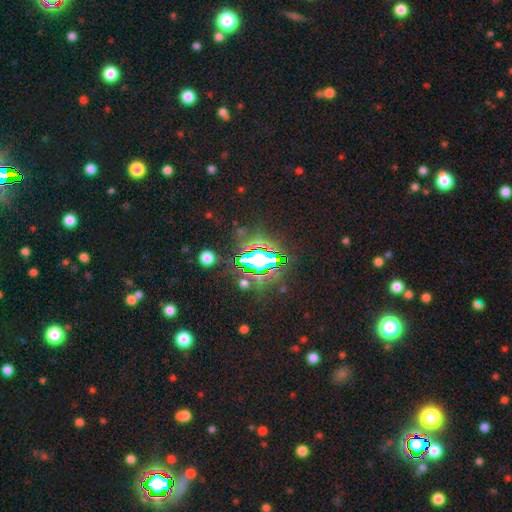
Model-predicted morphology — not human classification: The model was most divided on "smooth or featured": star or artifact: 83%, smooth: 10%, featured or disk: 7%.